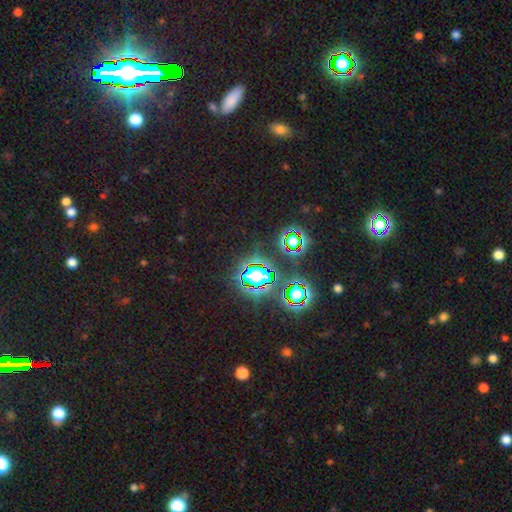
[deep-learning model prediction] This appears to be a star or artifact, not a galaxy (79%).